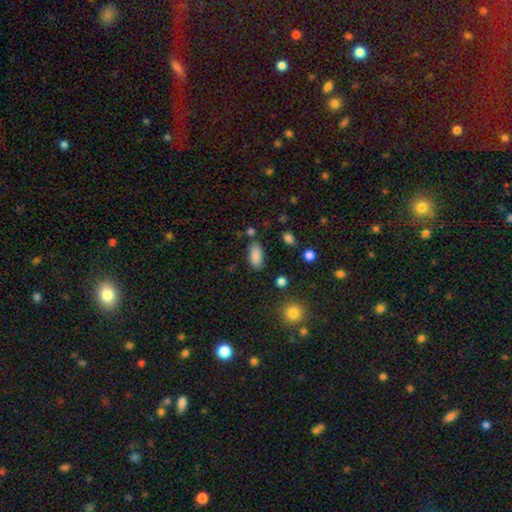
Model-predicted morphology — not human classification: Smooth or featured? Predicted: smooth (p=0.87). How rounded? Predicted: in between (p=0.92). Merging? Predicted: none (p=0.79).